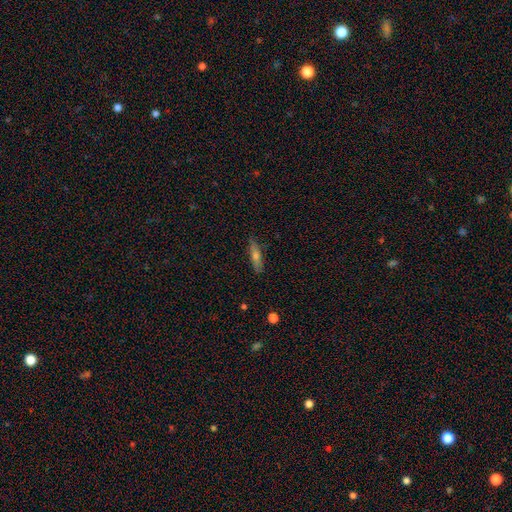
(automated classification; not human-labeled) This is possibly a smooth galaxy (54%). How rounded: likely cigar-shaped (77%). Merging: clearly none (86%).